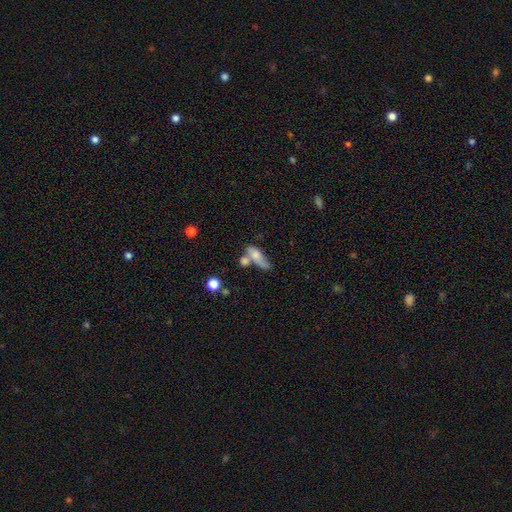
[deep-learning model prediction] smooth-or-featured: smooth: 65% | featured or disk: 26% | star or artifact: 9%
  how-rounded: in between: 58% | cigar-shaped: 35% | round: 7%
  merging: merger: 38% | none: 31% | minor disturbance: 17% | major disturbance: 14%